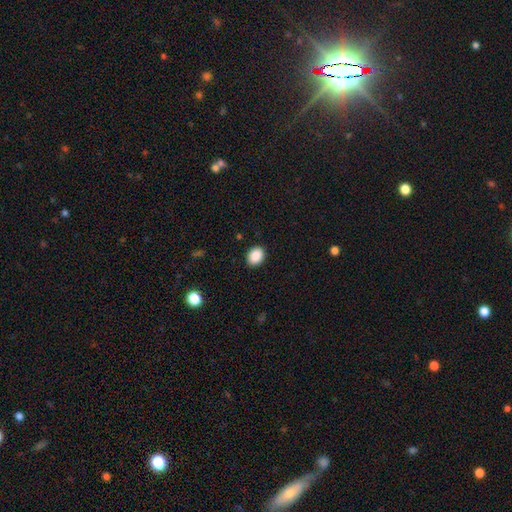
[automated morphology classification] A smooth galaxy with no disk features (89%) that is in between round and cigar-shaped (55%). Merging: none (90%).